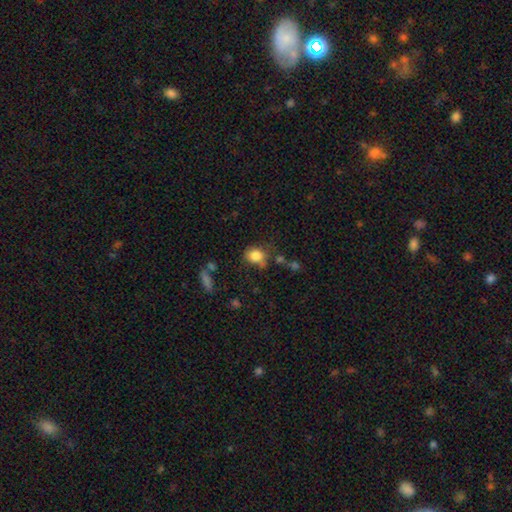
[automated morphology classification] A smooth galaxy with no disk features (83%) that is round (57%).

Vote fractions:
- Smooth or featured? smooth: 83% / star or artifact: 9% / featured or disk: 8%
- How rounded? round: 57% / in between: 42% / cigar-shaped: 1%
- Merging? none: 58% / minor disturbance: 25% / major disturbance: 10% / merger: 7%